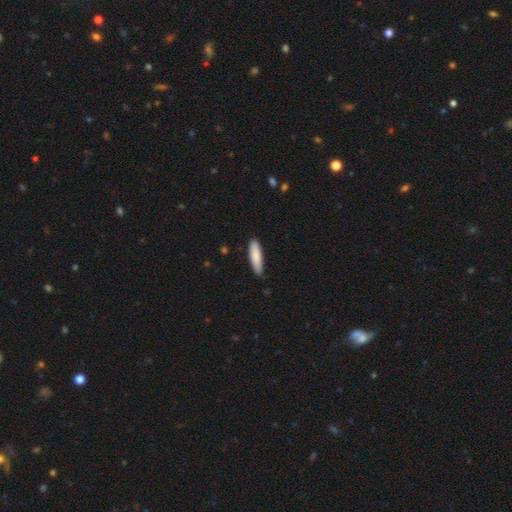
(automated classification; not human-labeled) Smooth or featured? Predicted: smooth (p=0.85). How rounded? Predicted: cigar-shaped (p=0.70). Merging? Predicted: none (p=0.82).